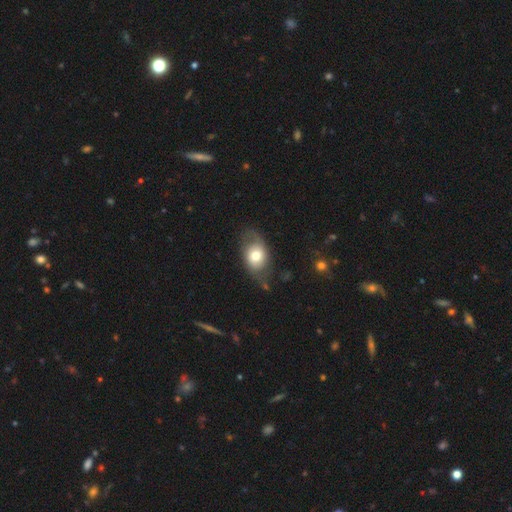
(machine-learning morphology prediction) The model was most divided on "smooth or featured": smooth: 60%, featured or disk: 32%, star or artifact: 7%. More confident: how rounded — in between (71%); merging — none (57%).